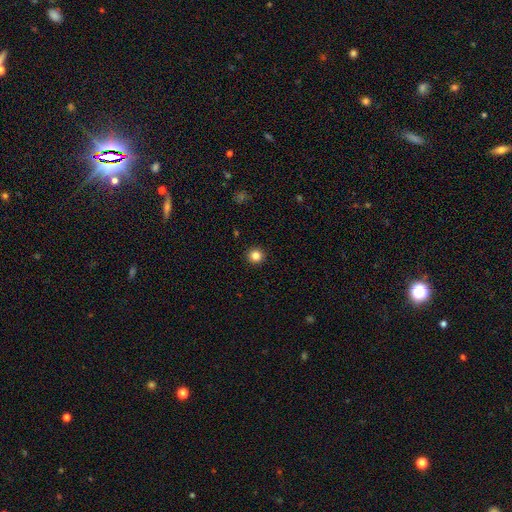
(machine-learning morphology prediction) Q: Smooth or featured?
A: smooth (84%); runner-up: star or artifact (11%)
Q: How rounded?
A: round (95%); runner-up: in between (4%)
Q: Merging?
A: none (93%); runner-up: minor disturbance (4%)